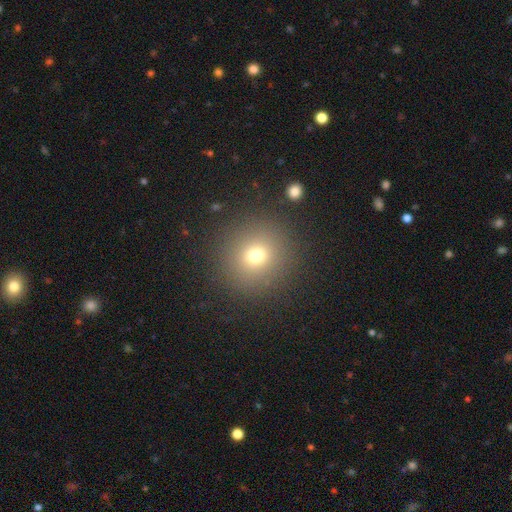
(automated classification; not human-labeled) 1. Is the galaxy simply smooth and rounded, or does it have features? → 72% smooth, 17% star or artifact, 11% featured or disk.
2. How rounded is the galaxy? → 92% round, 7% in between, 1% cigar-shaped.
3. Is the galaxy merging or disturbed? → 89% none, 6% minor disturbance, 3% major disturbance, 2% merger.